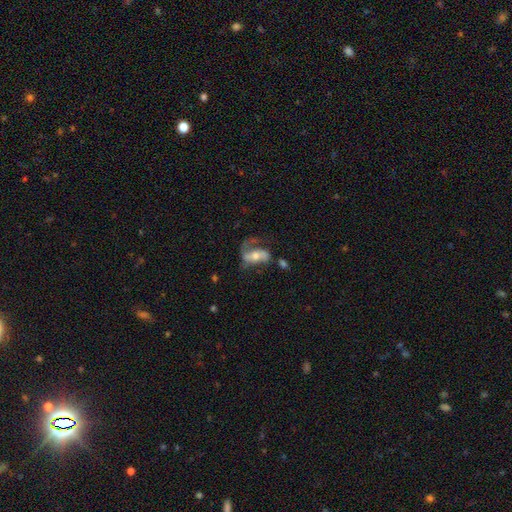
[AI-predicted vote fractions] Q: Smooth or featured?
A: featured or disk (67%); runner-up: smooth (26%)
Q: Edge-on disk?
A: no (94%); runner-up: yes (6%)
Q: Bar?
A: no (43%); runner-up: weak (31%)
Q: Spiral arms?
A: yes (80%); runner-up: no (20%)
Q: Bulge size?
A: moderate (59%); runner-up: small (30%)
Q: Merging?
A: major disturbance (38%); runner-up: none (36%)